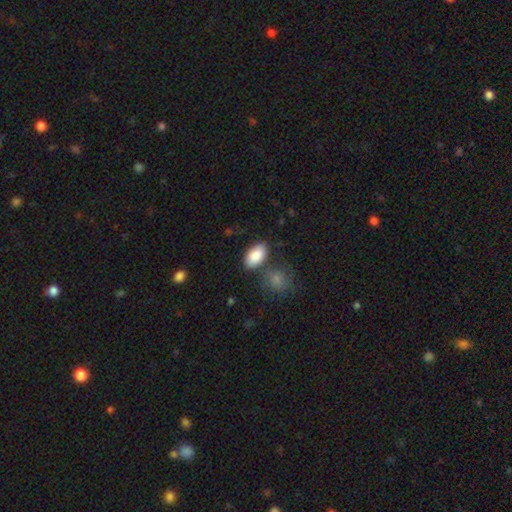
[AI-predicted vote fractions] This is clearly a smooth galaxy (87%). How rounded: clearly in between (94%). Merging: likely none (72%).